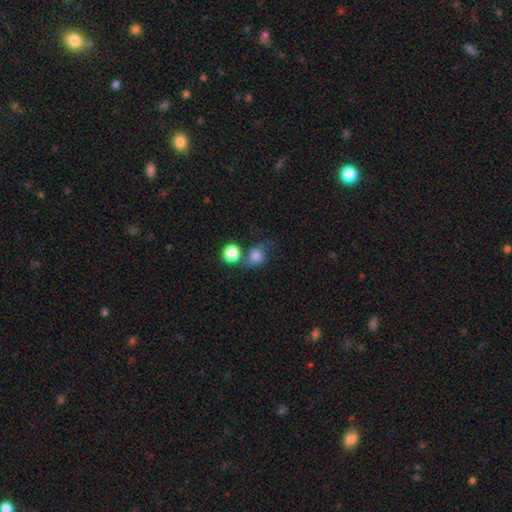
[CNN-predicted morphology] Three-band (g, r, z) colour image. It shows a smooth galaxy with no disk features (70%) that is round (72%). Merging: none (40%).